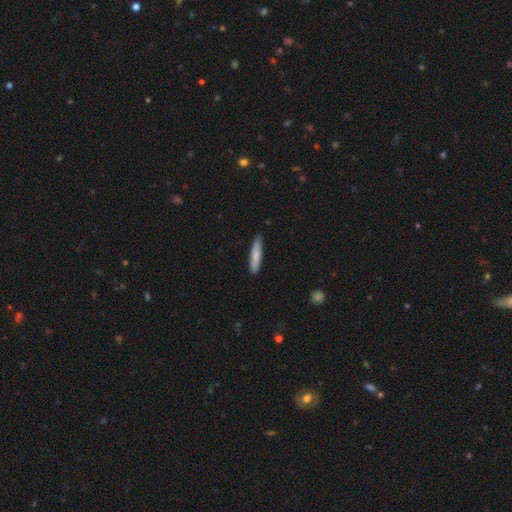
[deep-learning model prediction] This is likely a smooth galaxy (78%). How rounded: clearly cigar-shaped (88%). Merging: clearly none (88%).